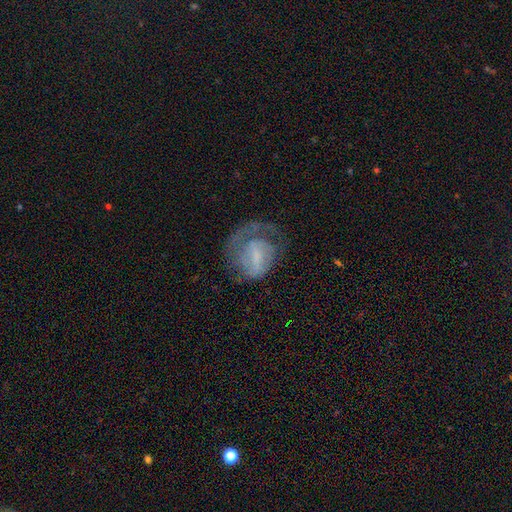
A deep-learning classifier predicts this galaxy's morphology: smooth_or_featured: featured or disk (p=0.65) [alt: smooth p=0.28]
disk_edge_on: no (p=0.97) [alt: yes p=0.03]
bar: weak (p=0.48) [alt: no p=0.32]
has_spiral_arms: yes (p=0.76) [alt: no p=0.24]
bulge_size: small (p=0.39) [alt: none p=0.36]
merging: none (p=0.39) [alt: major disturbance p=0.37]